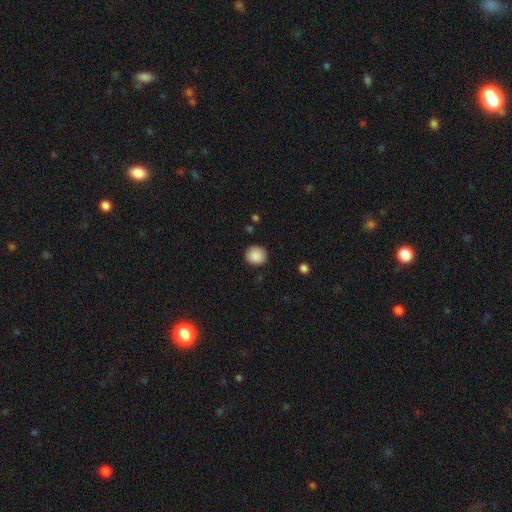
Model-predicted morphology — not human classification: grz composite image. It shows a smooth galaxy with no disk features (89%) that is round (85%). Merging: none (87%).